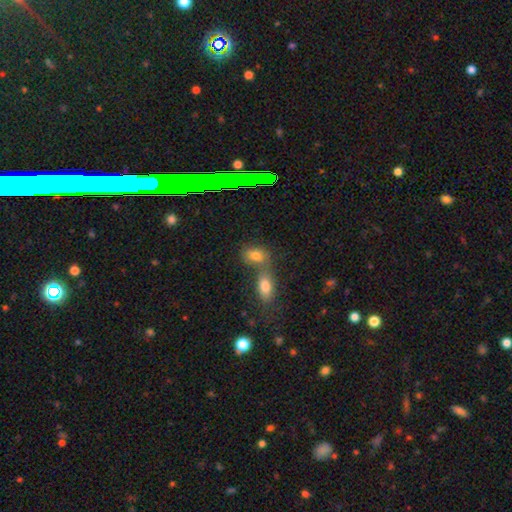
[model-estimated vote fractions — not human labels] A smooth galaxy with no disk features (75%) that is in between round and cigar-shaped (80%). Merging: merger (46%).